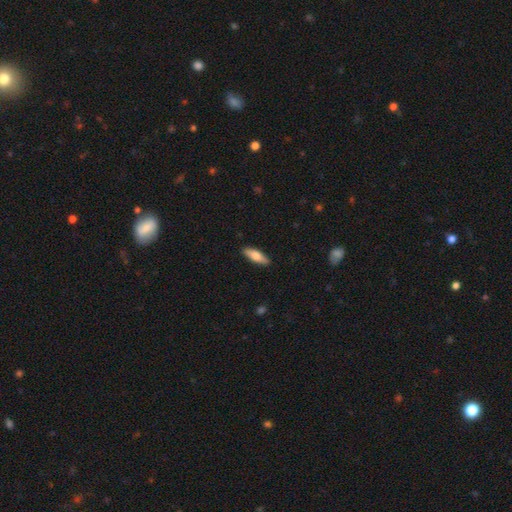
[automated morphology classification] smooth 73%, featured or disk 22%, star or artifact 6%. Down the decision tree: how rounded — in between (51%); merging — none (88%).